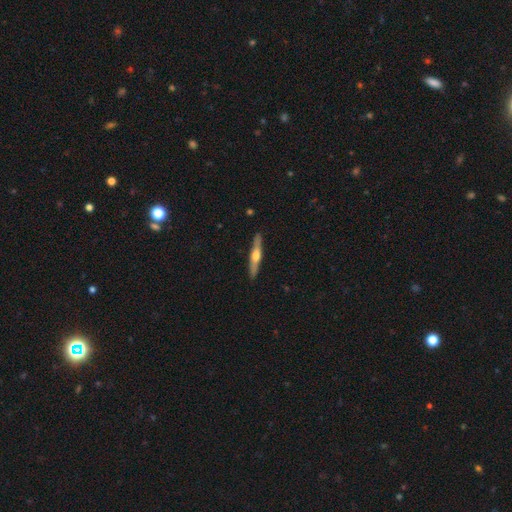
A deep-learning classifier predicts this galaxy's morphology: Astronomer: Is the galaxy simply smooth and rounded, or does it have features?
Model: featured or disk — 61%.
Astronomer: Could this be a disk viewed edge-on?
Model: yes — 95%.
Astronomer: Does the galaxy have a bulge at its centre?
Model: rounded — 91%.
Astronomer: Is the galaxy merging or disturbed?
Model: none — 90%.